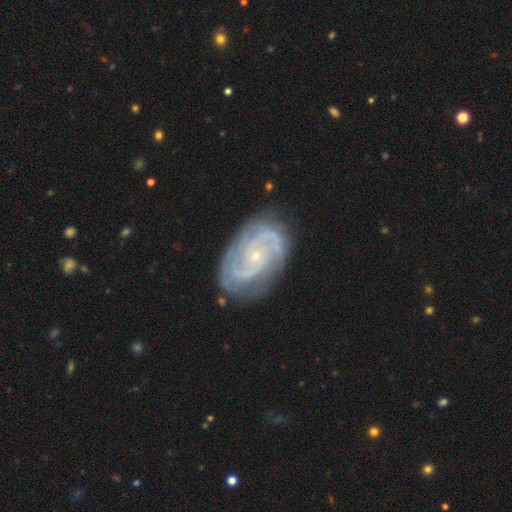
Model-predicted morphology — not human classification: This is clearly a featured or disk galaxy (90%). It is clearly not viewed edge-on (97%). Bar: likely no (69%). Spiral arm pattern: clearly yes (98%). Spiral arm count: possibly 2 (55%). Spiral winding: possibly tight (54%). Central bulge: clearly small (84%). Merging: likely none (78%).